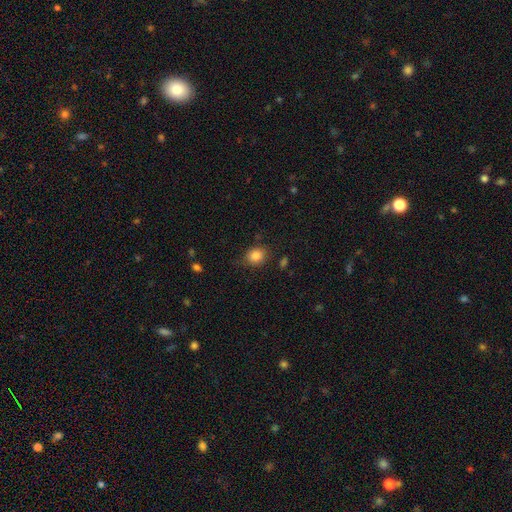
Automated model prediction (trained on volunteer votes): The model was most divided on "how rounded": round: 68%, in between: 31%, cigar-shaped: 1%. More confident: smooth or featured — smooth (85%); merging — none (79%).